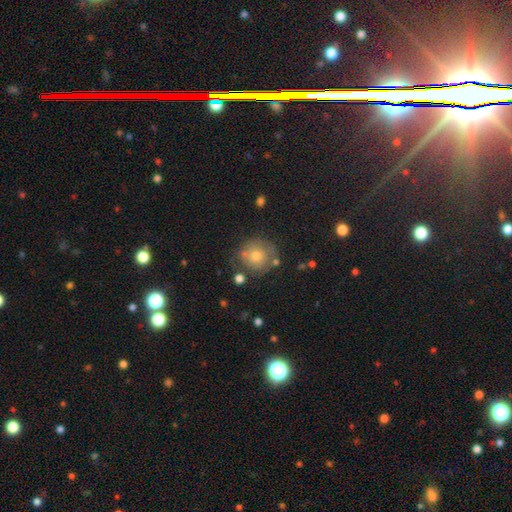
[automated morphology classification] Smooth or featured? Predicted: smooth (p=0.60). How rounded? Predicted: round (p=0.89). Merging? Predicted: none (p=0.72).